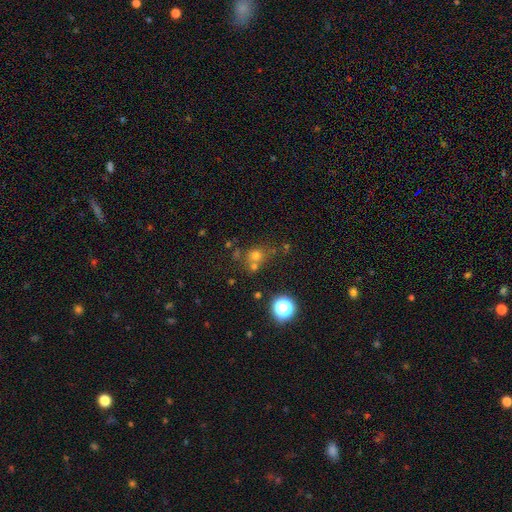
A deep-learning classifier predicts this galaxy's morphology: This appears to be a smooth galaxy with no disk features (64%) that is round (81%). Merging: none (56%).